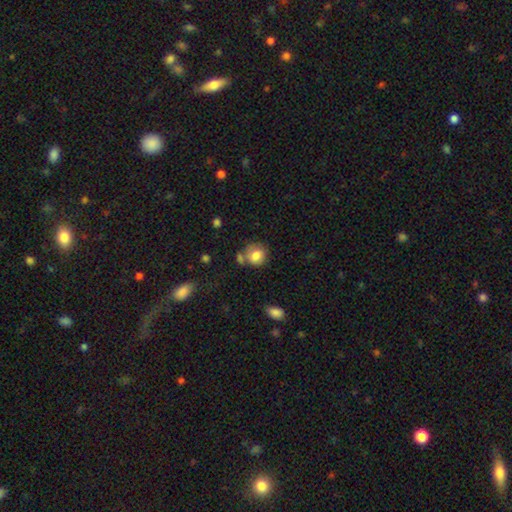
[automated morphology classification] Smooth or featured? Predicted: smooth (p=0.79). How rounded? Predicted: round (p=0.73). Merging? Predicted: none (p=0.55).